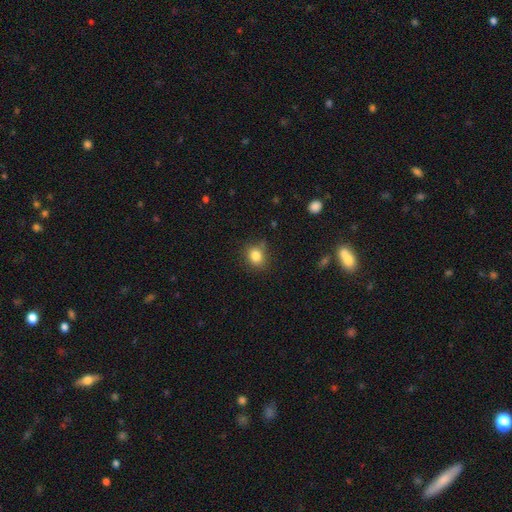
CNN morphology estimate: smooth_or_featured: smooth (p=0.83) [alt: star or artifact p=0.11]
how_rounded: round (p=0.65) [alt: in between p=0.34]
merging: none (p=0.76) [alt: minor disturbance p=0.18]